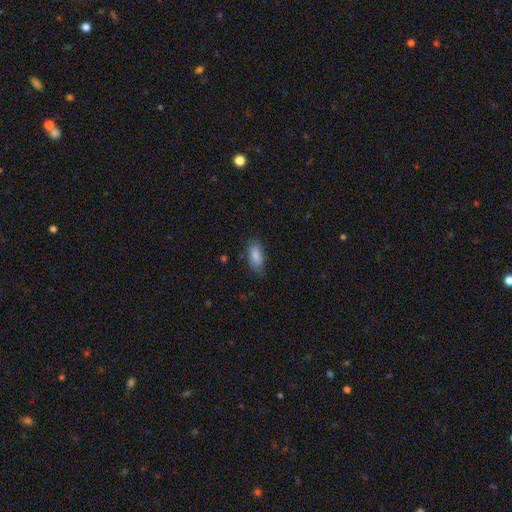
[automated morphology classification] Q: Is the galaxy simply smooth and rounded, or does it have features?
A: smooth — 83%.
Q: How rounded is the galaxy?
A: in between — 89%.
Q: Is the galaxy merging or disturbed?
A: none — 75%.